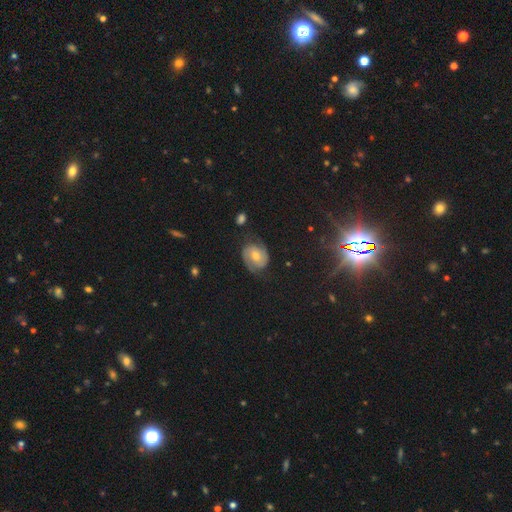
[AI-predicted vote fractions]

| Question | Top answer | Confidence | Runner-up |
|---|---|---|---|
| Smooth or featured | featured or disk | 73% | smooth (17%) |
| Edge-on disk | no | 97% | yes (3%) |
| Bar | no | 54% | weak (36%) |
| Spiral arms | yes | 93% | no (7%) |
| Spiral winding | medium | 45% | tight (38%) |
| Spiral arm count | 2 | 90% | can't tell (5%) |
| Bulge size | moderate | 67% | small (25%) |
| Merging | none | 75% | minor disturbance (16%) |